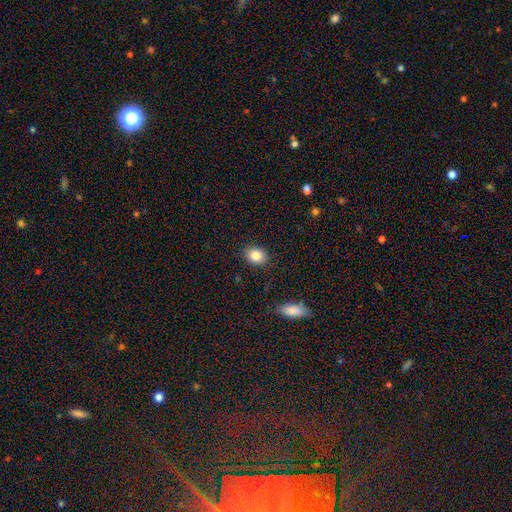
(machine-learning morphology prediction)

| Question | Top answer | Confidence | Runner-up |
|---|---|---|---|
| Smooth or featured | smooth | 85% | star or artifact (9%) |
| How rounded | round | 50% | in between (49%) |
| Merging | none | 87% | minor disturbance (9%) |